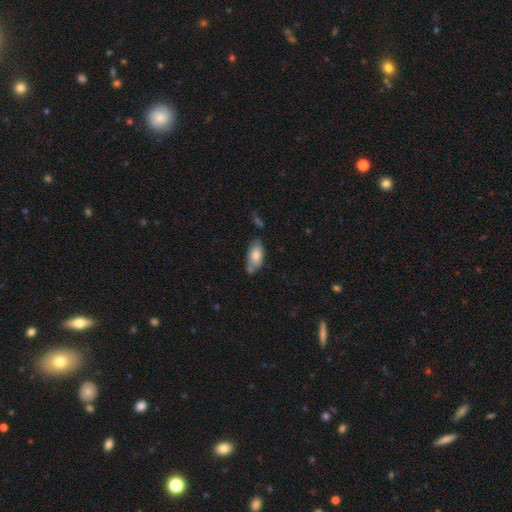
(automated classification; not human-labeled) smooth_or_featured: smooth (p=0.79) [alt: featured or disk p=0.15]
how_rounded: in between (p=0.91) [alt: cigar-shaped p=0.06]
merging: none (p=0.58) [alt: minor disturbance p=0.25]